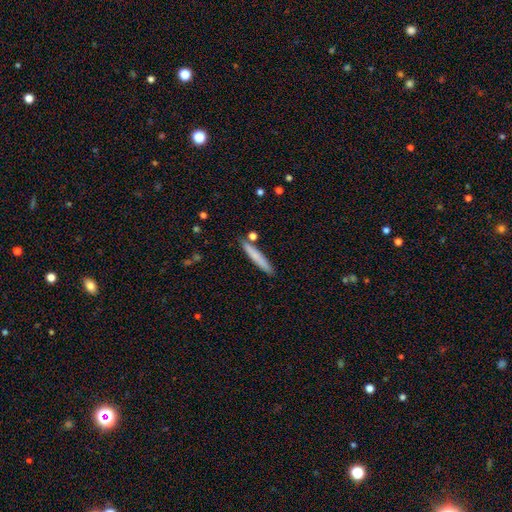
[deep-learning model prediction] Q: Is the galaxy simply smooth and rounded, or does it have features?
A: smooth — 74%.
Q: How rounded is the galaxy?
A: cigar-shaped — 94%.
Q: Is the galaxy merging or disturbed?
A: none — 84%.